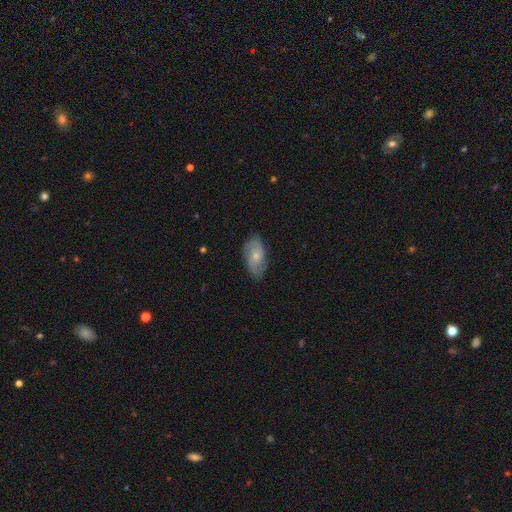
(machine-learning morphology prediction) Smooth or featured: featured or disk — 53% (smooth — 40%)
Edge-on disk: no — 94% (yes — 6%)
Merging: none — 77% (minor disturbance — 18%)